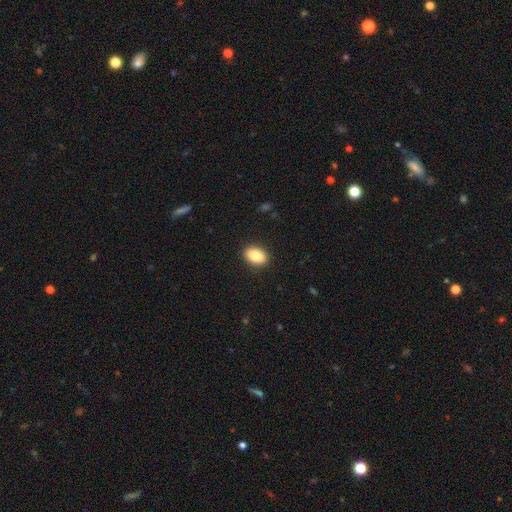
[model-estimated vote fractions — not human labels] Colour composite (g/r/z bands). It shows a smooth galaxy with no disk features (88%) that is in between round and cigar-shaped (88%). Merging: none (90%).